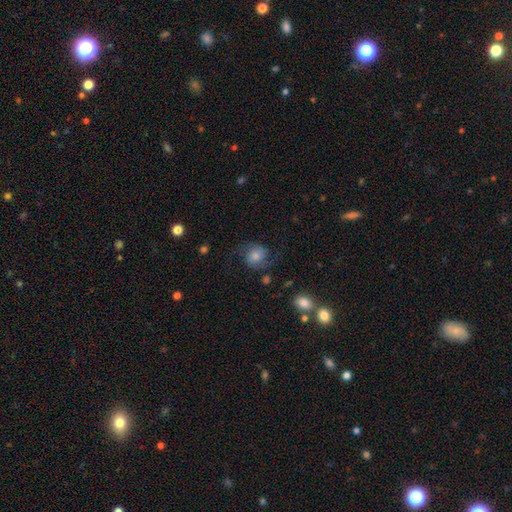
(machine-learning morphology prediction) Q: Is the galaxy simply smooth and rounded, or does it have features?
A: featured or disk — 51%.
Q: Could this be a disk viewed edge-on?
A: no — 97%.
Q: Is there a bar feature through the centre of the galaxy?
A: no — 69%.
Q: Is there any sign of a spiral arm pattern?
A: yes — 90%.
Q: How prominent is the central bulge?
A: moderate — 47%.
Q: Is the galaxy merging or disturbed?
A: none — 66%.